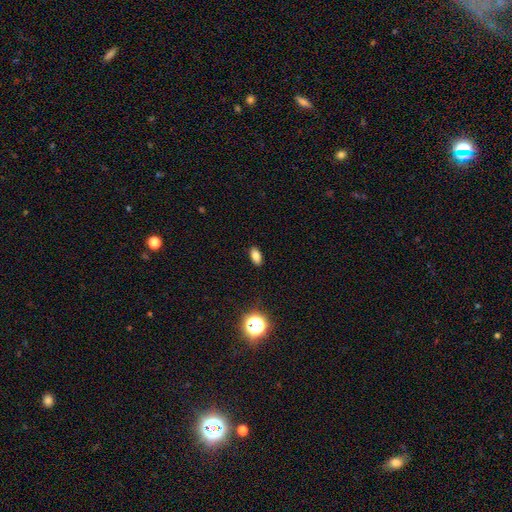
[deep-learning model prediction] Smooth or featured: smooth — 81% (star or artifact — 12%)
How rounded: in between — 89% (round — 6%)
Merging: none — 89% (minor disturbance — 8%)